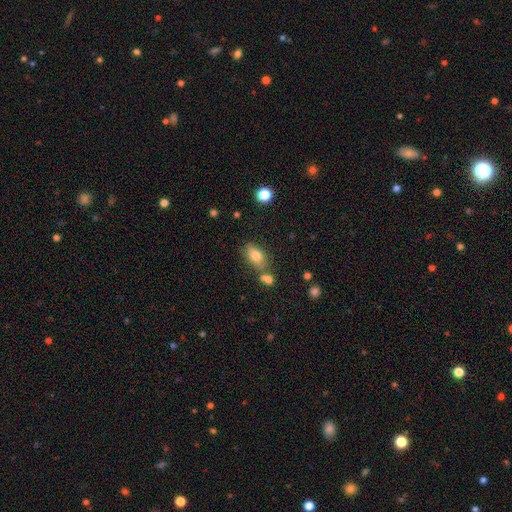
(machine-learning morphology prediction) Smooth or featured?
  - smooth: 78% *
  - featured or disk: 13%
  - star or artifact: 9%
How rounded?
  - in between: 88% *
  - round: 8%
  - cigar-shaped: 4%
Merging?
  - none: 64% *
  - merger: 17%
  - minor disturbance: 15%
  - major disturbance: 4%